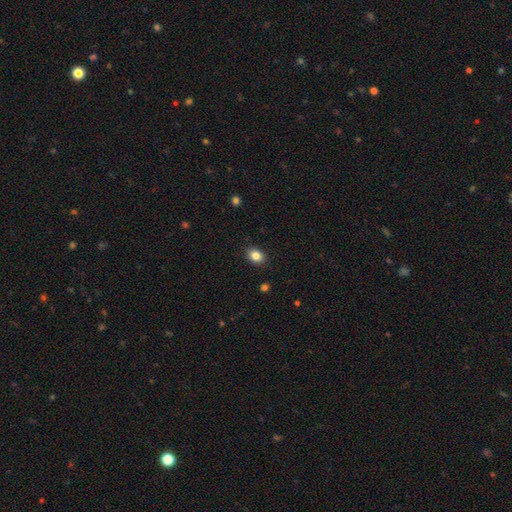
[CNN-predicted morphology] Smooth or featured: smooth — 85% (star or artifact — 9%)
How rounded: in between — 67% (round — 32%)
Merging: none — 89% (minor disturbance — 8%)